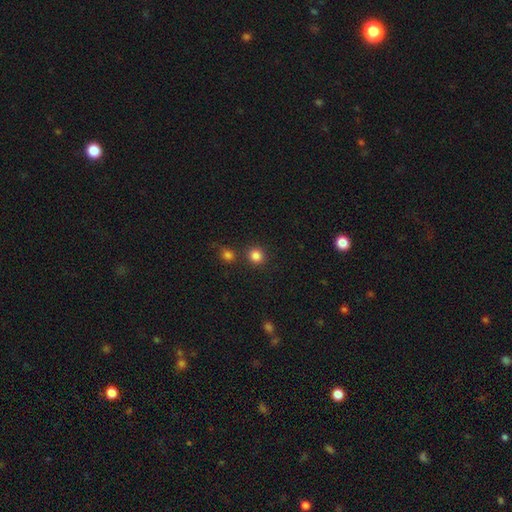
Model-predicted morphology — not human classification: Q: Smooth or featured?
A: smooth (84%); runner-up: star or artifact (12%)
Q: How rounded?
A: round (88%); runner-up: in between (11%)
Q: Merging?
A: none (80%); runner-up: merger (10%)